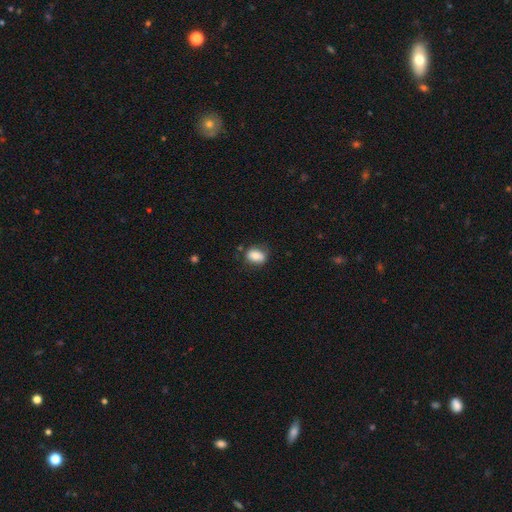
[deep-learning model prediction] This is likely a smooth galaxy (80%). How rounded: likely in between (73%). Merging: likely none (72%).